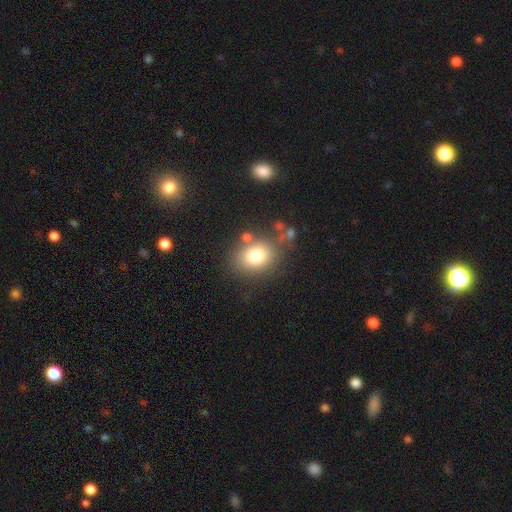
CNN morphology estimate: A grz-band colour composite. It shows a smooth galaxy with no disk features (77%) that is round (51%). Merging: none (70%).